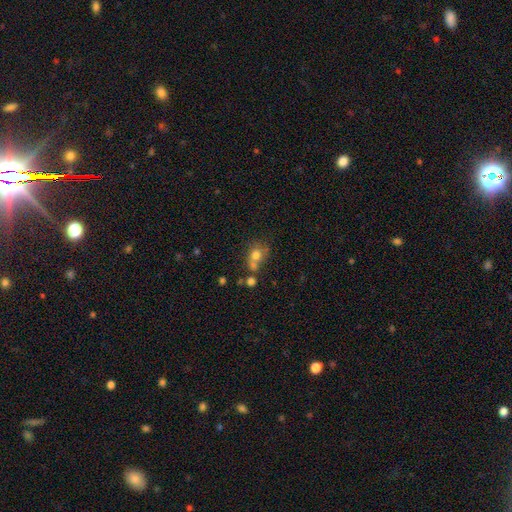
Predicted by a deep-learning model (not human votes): A smooth galaxy with no disk features (66%) that is round (66%).

Vote fractions:
- Smooth or featured? smooth: 66% / star or artifact: 17% / featured or disk: 17%
- How rounded? round: 66% / in between: 32% / cigar-shaped: 1%
- Merging? none: 41% / merger: 38% / minor disturbance: 13% / major disturbance: 7%